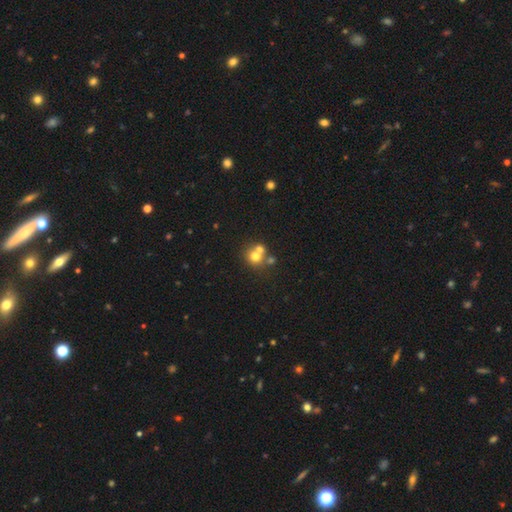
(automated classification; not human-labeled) A smooth galaxy with no disk features (69%) that is round (86%).

Vote fractions:
- Smooth or featured? smooth: 69% / featured or disk: 16% / star or artifact: 15%
- How rounded? round: 86% / in between: 13% / cigar-shaped: 1%
- Merging? none: 46% / merger: 44% / minor disturbance: 7% / major disturbance: 3%